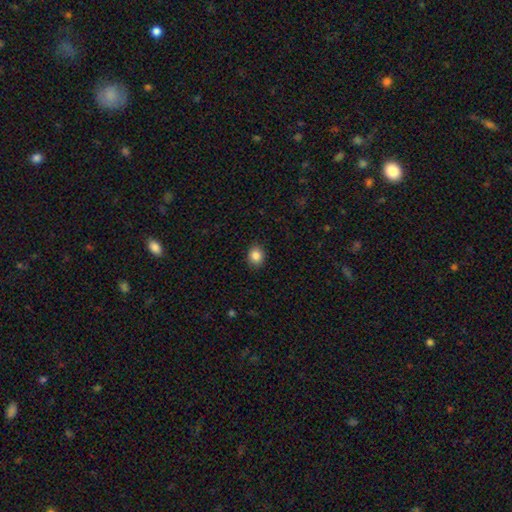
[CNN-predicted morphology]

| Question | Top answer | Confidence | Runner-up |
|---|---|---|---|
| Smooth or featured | smooth | 86% | star or artifact (9%) |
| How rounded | round | 57% | in between (42%) |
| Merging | none | 88% | minor disturbance (9%) |